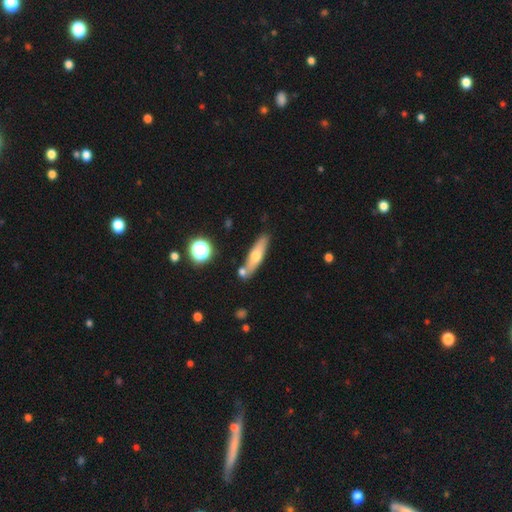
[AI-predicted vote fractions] The model was most divided on "smooth or featured": smooth: 54%, featured or disk: 38%, star or artifact: 8%. More confident: merging — none (73%); how rounded — cigar-shaped (70%).